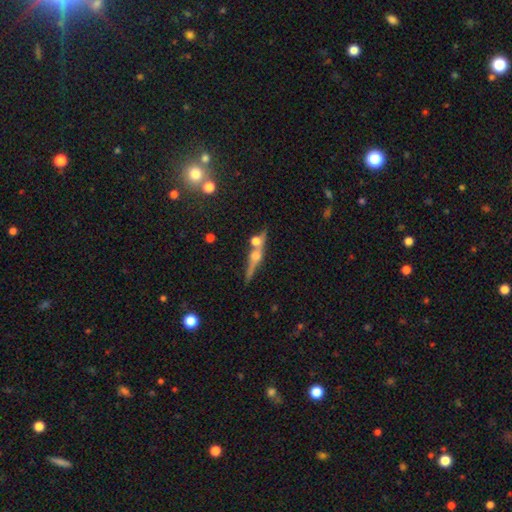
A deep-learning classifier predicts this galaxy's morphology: Q: Smooth or featured?
A: featured or disk (70%); runner-up: smooth (19%)
Q: Edge-on disk?
A: yes (92%); runner-up: no (8%)
Q: Edge-on bulge?
A: rounded (89%); runner-up: boxy (6%)
Q: Merging?
A: none (66%); runner-up: merger (18%)